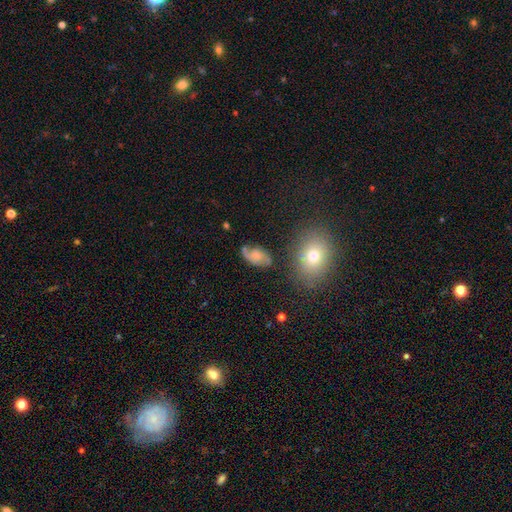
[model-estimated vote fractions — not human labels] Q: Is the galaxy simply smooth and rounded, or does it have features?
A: featured or disk — 50%.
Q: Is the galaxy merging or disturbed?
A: none — 57%.